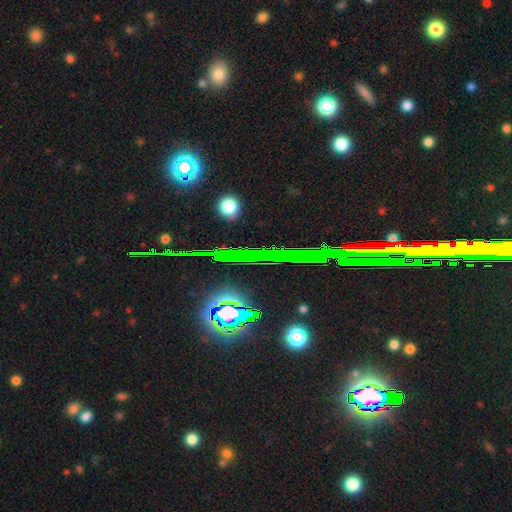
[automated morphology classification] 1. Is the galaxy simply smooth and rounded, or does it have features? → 75% star or artifact, 13% smooth, 12% featured or disk.